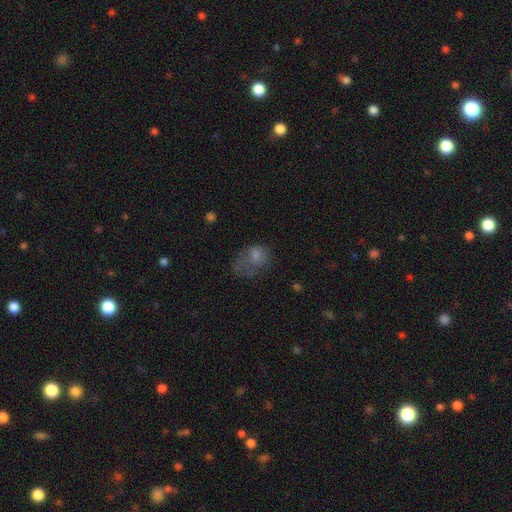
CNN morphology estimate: smooth_or_featured: smooth (p=0.57) [alt: featured or disk p=0.25]
how_rounded: in between (p=0.63) [alt: round p=0.35]
merging: major disturbance (p=0.45) [alt: none p=0.28]